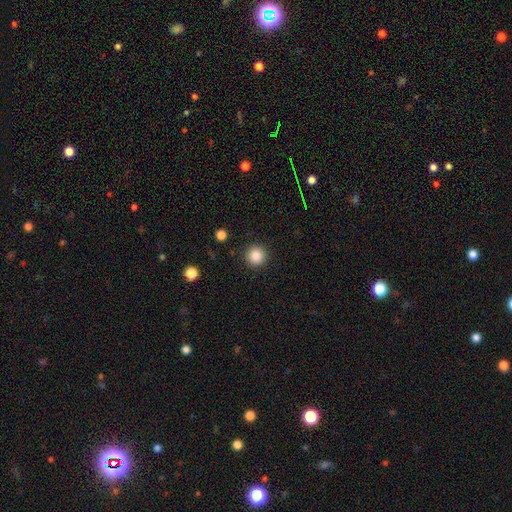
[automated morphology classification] The model was most divided on "smooth or featured": smooth: 86%, star or artifact: 10%, featured or disk: 4%. More confident: how rounded — round (96%); merging — none (92%).